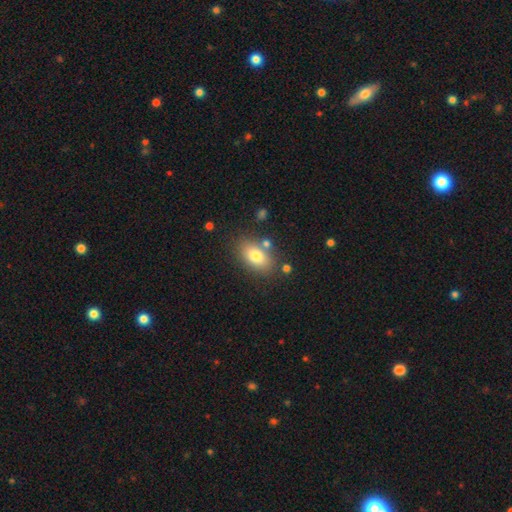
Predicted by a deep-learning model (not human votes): smooth-or-featured: smooth: 78% | featured or disk: 13% | star or artifact: 9%
  how-rounded: in between: 87% | round: 11% | cigar-shaped: 2%
  merging: none: 77% | minor disturbance: 12% | merger: 7% | major disturbance: 4%